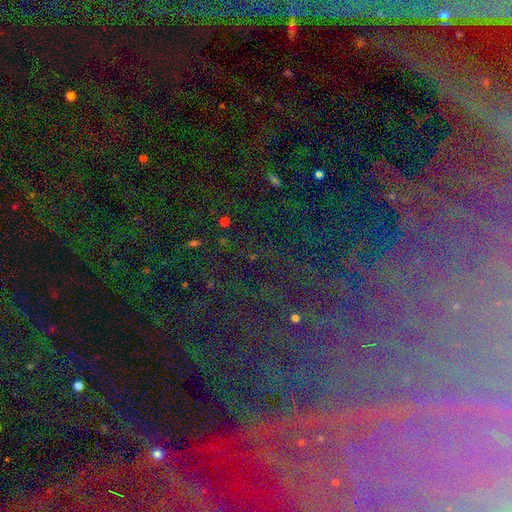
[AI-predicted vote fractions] smooth_or_featured: star or artifact (p=0.76) [alt: featured or disk p=0.14]